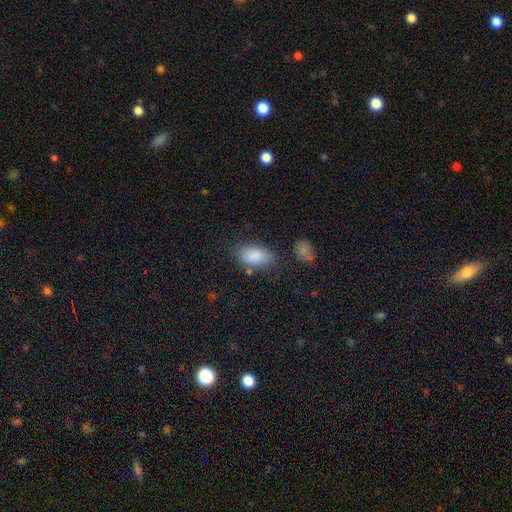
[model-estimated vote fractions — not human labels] This appears to be a smooth galaxy with no disk features (86%) that is in between round and cigar-shaped (91%). Merging: none (74%).